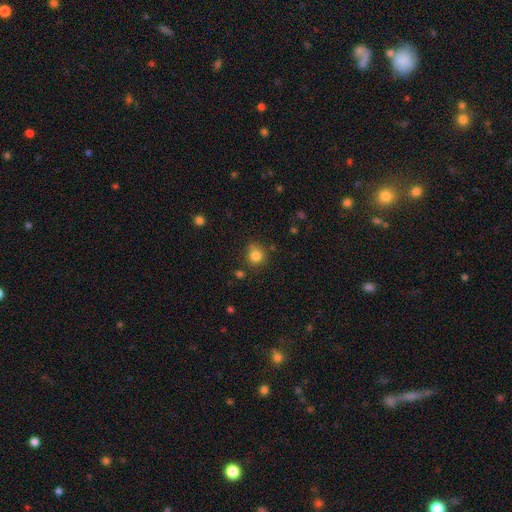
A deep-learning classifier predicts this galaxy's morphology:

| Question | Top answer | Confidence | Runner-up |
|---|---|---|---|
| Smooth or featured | smooth | 82% | star or artifact (12%) |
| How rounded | round | 87% | in between (12%) |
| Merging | none | 73% | minor disturbance (16%) |